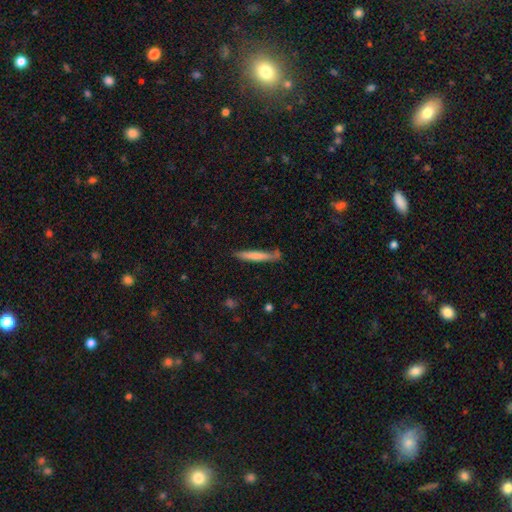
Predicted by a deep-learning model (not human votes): Overall: smooth (67%; featured or disk 27%). How rounded: cigar-shaped (95%). Merging: none (74%).